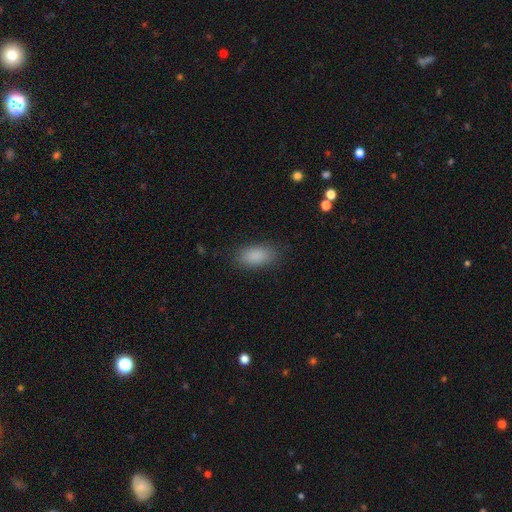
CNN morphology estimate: The model was most divided on "merging": none: 85%, minor disturbance: 11%, major disturbance: 3%, merger: 1%. More confident: how rounded — in between (91%); smooth or featured — smooth (88%).